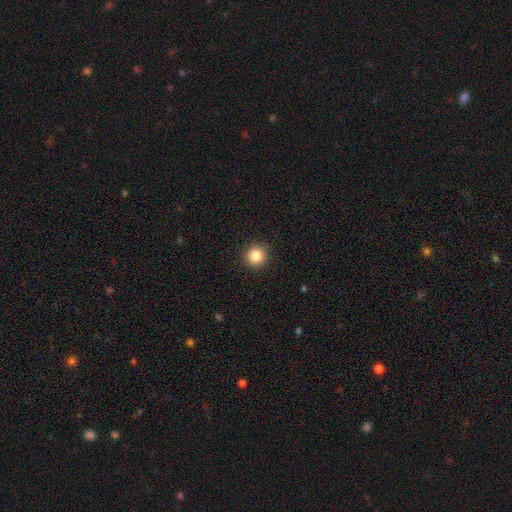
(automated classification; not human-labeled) smooth_or_featured: smooth (p=0.85) [alt: star or artifact p=0.11]
how_rounded: round (p=0.94) [alt: in between p=0.05]
merging: none (p=0.92) [alt: minor disturbance p=0.05]